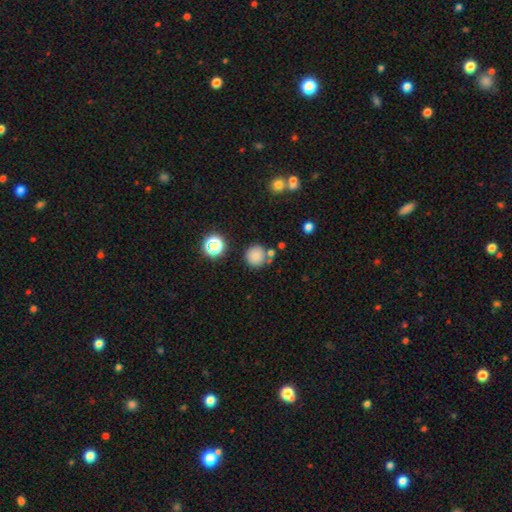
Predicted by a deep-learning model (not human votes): Smooth or featured? smooth (81%)
How rounded? round (93%)
Merging? none (76%)